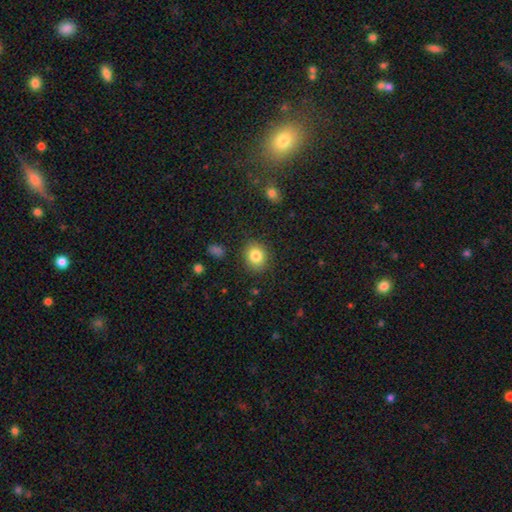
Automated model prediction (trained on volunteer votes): Smooth or featured?
  - smooth: 83% *
  - star or artifact: 10%
  - featured or disk: 8%
How rounded?
  - round: 63% *
  - in between: 36%
  - cigar-shaped: 1%
Merging?
  - none: 86% *
  - minor disturbance: 9%
  - major disturbance: 3%
  - merger: 2%